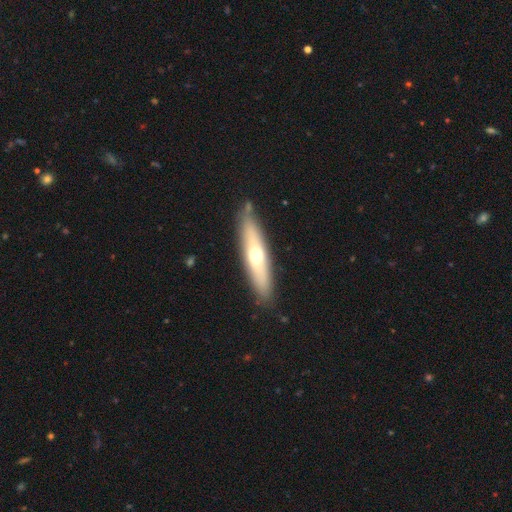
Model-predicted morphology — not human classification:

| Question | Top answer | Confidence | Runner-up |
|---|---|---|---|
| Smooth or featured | smooth | 49% | featured or disk (45%) |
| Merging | none | 83% | minor disturbance (12%) |